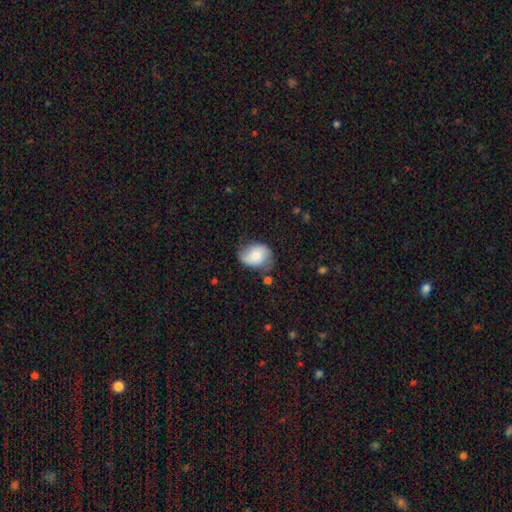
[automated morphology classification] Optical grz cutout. It shows a smooth galaxy with no disk features (53%) that is in between round and cigar-shaped (63%). Merging: none (56%).